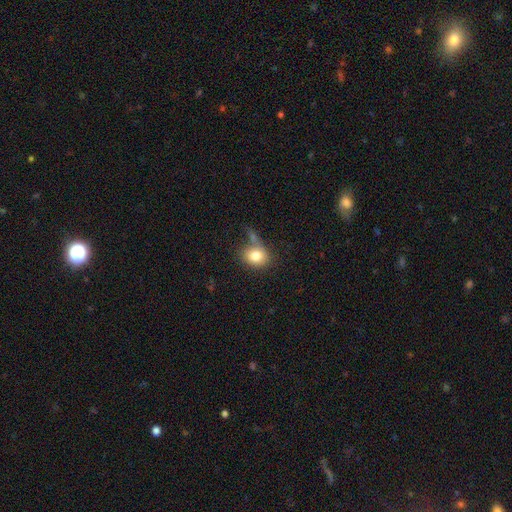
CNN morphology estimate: A smooth galaxy with no disk features (80%) that is round (62%).

Vote fractions:
- Smooth or featured? smooth: 80% / featured or disk: 10% / star or artifact: 9%
- How rounded? round: 62% / in between: 37% / cigar-shaped: 1%
- Merging? none: 54% / minor disturbance: 21% / merger: 13% / major disturbance: 13%